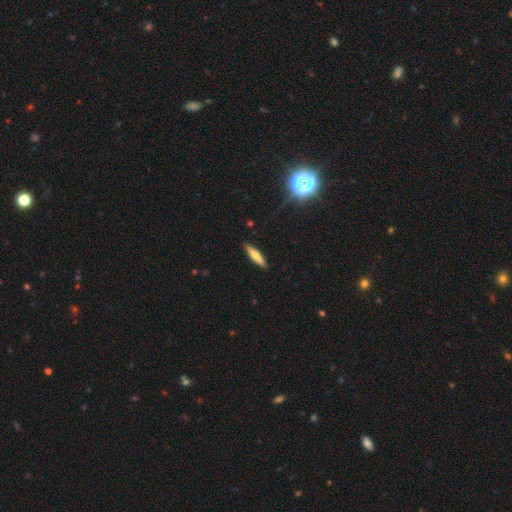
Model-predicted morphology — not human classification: Smooth or featured?
  - smooth: 62% *
  - featured or disk: 30%
  - star or artifact: 8%
How rounded?
  - cigar-shaped: 80% *
  - in between: 18%
  - round: 2%
Merging?
  - none: 89% *
  - minor disturbance: 9%
  - major disturbance: 2%
  - merger: 1%